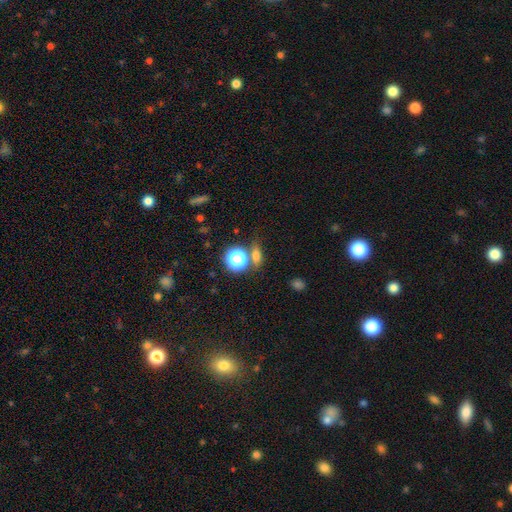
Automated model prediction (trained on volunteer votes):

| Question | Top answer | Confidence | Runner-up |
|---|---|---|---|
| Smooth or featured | smooth | 63% | star or artifact (24%) |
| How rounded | in between | 47% | round (37%) |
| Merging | none | 72% | merger (14%) |